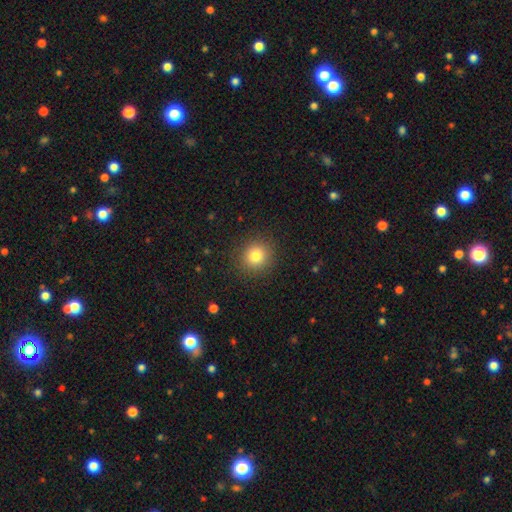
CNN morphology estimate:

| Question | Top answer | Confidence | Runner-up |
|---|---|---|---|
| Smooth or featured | smooth | 81% | star or artifact (12%) |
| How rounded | round | 88% | in between (11%) |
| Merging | none | 89% | minor disturbance (7%) |